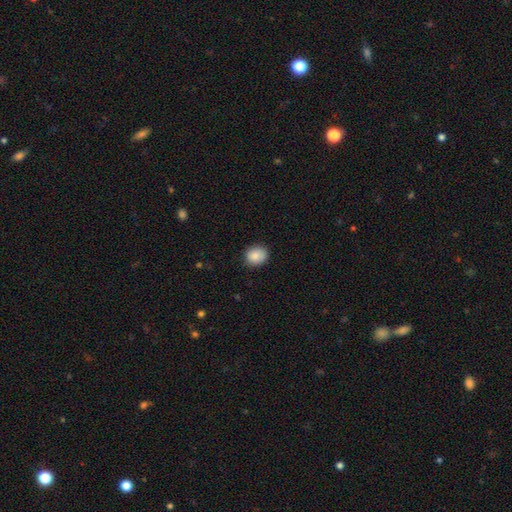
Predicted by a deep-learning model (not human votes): Smooth or featured?
  - smooth: 86% *
  - star or artifact: 8%
  - featured or disk: 6%
How rounded?
  - round: 72% *
  - in between: 27%
  - cigar-shaped: 1%
Merging?
  - none: 87% *
  - minor disturbance: 10%
  - major disturbance: 2%
  - merger: 1%